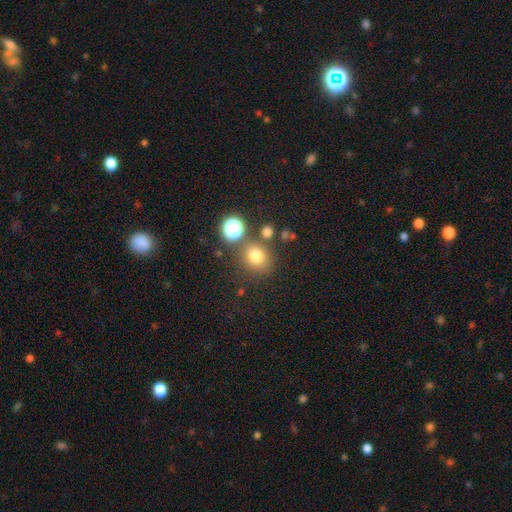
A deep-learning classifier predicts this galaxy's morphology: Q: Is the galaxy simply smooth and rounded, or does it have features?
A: smooth — 75%.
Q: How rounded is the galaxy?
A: round — 81%.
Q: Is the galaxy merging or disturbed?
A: none — 74%.